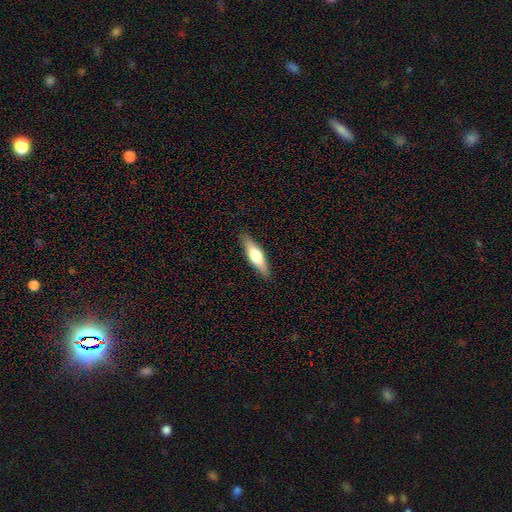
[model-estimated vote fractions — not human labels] A smooth galaxy with no disk features (51%) that is cigar-shaped (64%). Merging: none (88%).